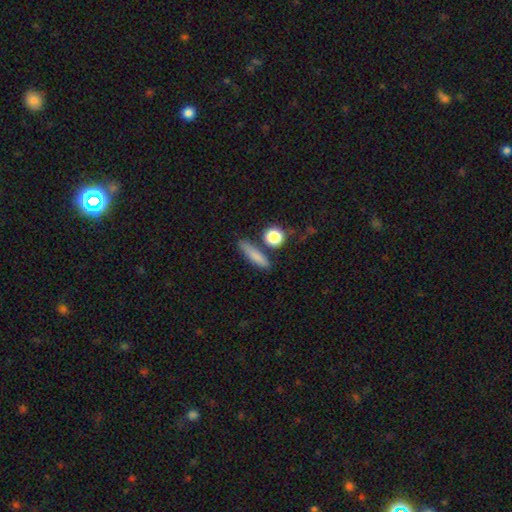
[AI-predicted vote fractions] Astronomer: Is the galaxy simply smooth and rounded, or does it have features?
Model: smooth — 79%.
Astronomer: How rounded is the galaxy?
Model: cigar-shaped — 68%.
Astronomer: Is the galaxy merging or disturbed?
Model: none — 74%.